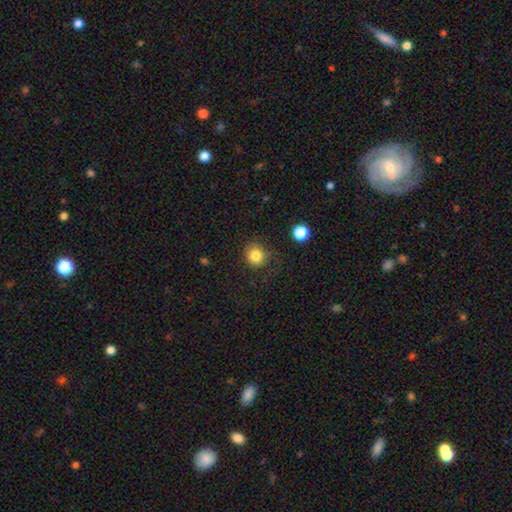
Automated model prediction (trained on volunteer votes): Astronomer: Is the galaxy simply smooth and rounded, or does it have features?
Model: smooth — 82%.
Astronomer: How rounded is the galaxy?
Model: round — 87%.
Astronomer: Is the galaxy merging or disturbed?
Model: none — 77%.